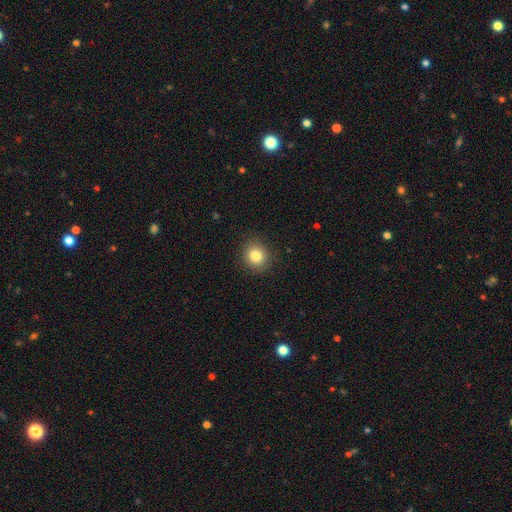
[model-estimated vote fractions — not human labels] The model was most divided on "how rounded": round: 84%, in between: 15%, cigar-shaped: 1%. More confident: merging — none (89%); smooth or featured — smooth (83%).